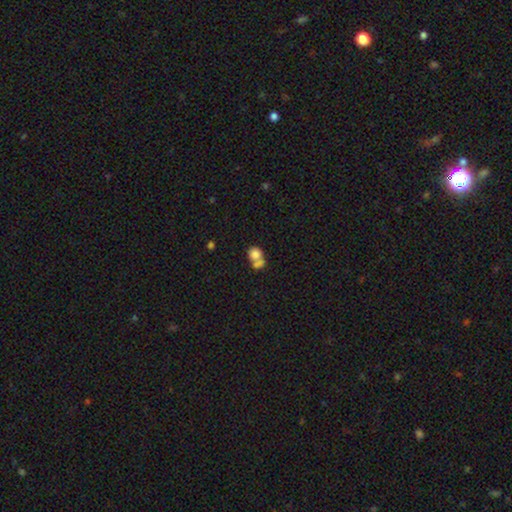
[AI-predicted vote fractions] Morphology: type=smooth (78%); roundness=round (62%); merging=merger (59%).